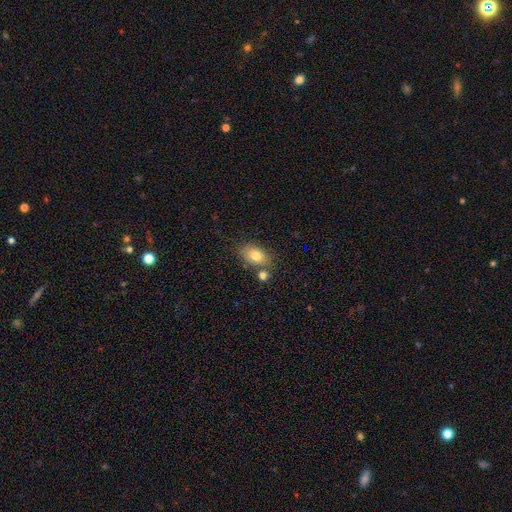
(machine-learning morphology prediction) Smooth or featured?
  - smooth: 78% *
  - featured or disk: 13%
  - star or artifact: 9%
How rounded?
  - in between: 82% *
  - round: 17%
  - cigar-shaped: 2%
Merging?
  - none: 66% *
  - merger: 16%
  - minor disturbance: 14%
  - major disturbance: 4%